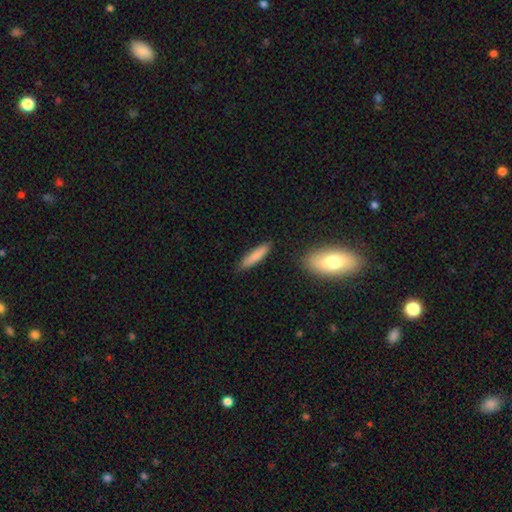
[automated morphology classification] Smooth or featured: smooth — 82% (featured or disk — 12%)
How rounded: cigar-shaped — 81% (in between — 17%)
Merging: none — 86% (minor disturbance — 10%)